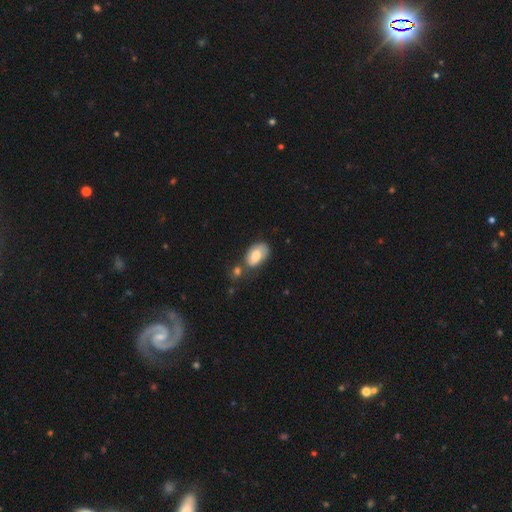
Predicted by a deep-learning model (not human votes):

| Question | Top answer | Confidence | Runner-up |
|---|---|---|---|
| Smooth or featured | smooth | 74% | featured or disk (19%) |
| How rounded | in between | 92% | round (6%) |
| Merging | none | 38% | merger (27%) |